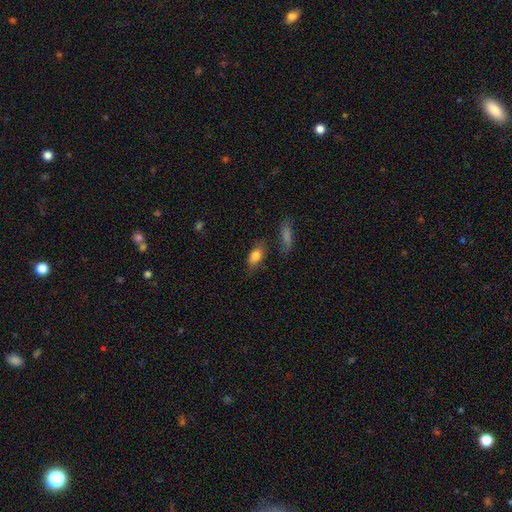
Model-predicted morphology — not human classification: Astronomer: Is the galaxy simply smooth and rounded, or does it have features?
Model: smooth — 78%.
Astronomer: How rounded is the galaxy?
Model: in between — 81%.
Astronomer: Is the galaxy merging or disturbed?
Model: none — 68%.